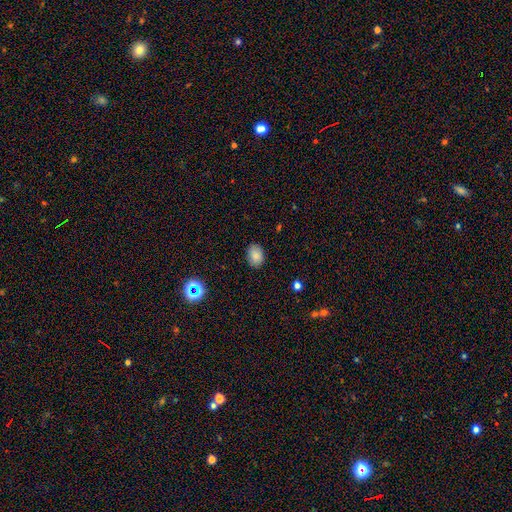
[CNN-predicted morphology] Overall: smooth (83%). How rounded: in between (73%). Merging: none (85%).